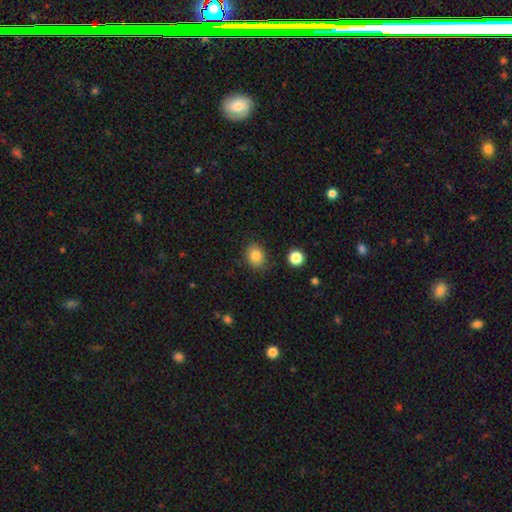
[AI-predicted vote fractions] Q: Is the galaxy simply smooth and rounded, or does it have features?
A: smooth — 83%.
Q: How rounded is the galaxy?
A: round — 51%.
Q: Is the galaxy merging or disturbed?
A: none — 85%.